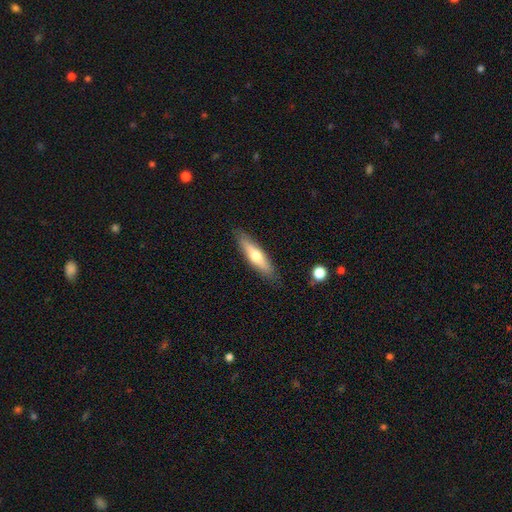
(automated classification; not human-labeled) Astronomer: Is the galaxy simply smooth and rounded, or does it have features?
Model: smooth — 54% (runner-up: featured or disk, 40%).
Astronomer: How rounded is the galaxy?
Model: cigar-shaped — 75%.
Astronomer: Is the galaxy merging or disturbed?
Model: none — 87%.